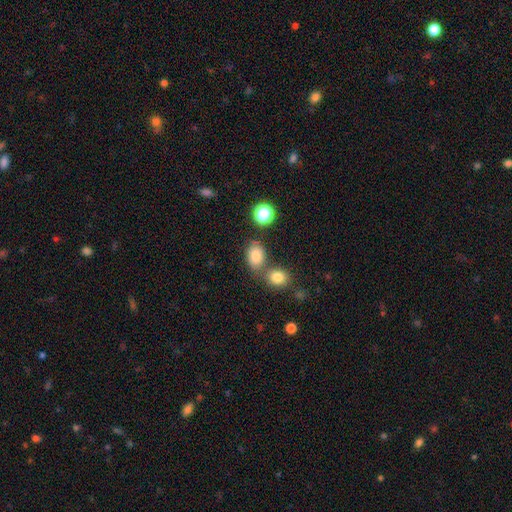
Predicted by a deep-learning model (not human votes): This is clearly a smooth galaxy (82%). How rounded: likely in between (71%). Merging: possibly none (59%).